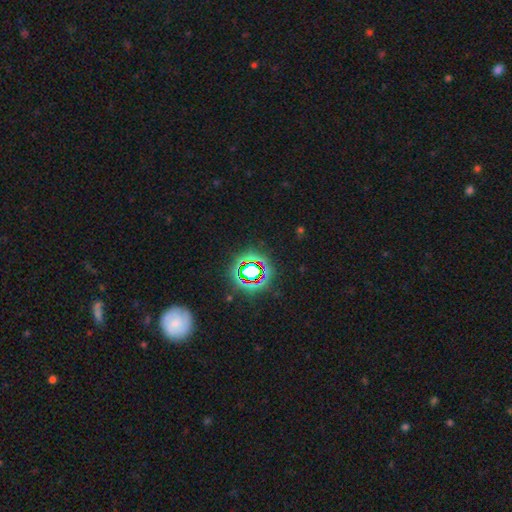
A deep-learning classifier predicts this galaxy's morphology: Smooth or featured: star or artifact — 72% (smooth — 18%)